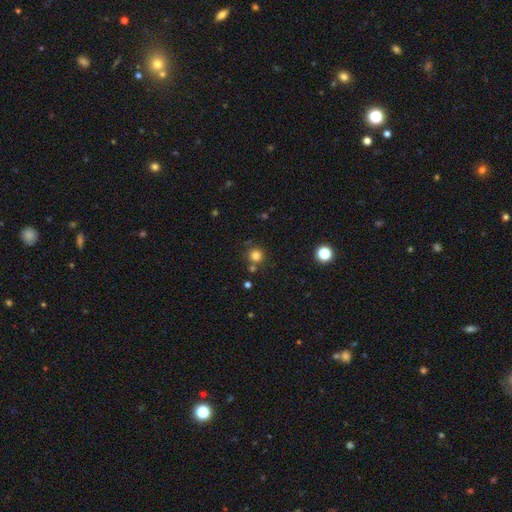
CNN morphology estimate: The model was most divided on "smooth or featured": smooth: 80%, star or artifact: 14%, featured or disk: 6%. More confident: how rounded — round (94%); merging — none (77%).